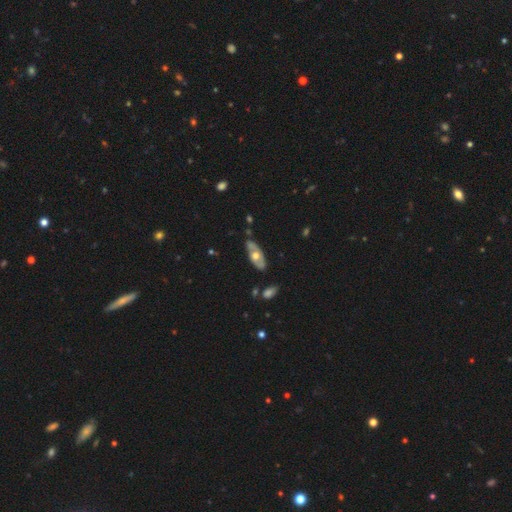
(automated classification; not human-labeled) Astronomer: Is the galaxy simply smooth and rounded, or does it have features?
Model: featured or disk — 57% (runner-up: smooth, 38%).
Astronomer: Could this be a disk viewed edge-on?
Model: no — 76%.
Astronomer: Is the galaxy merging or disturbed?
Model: none — 72%.